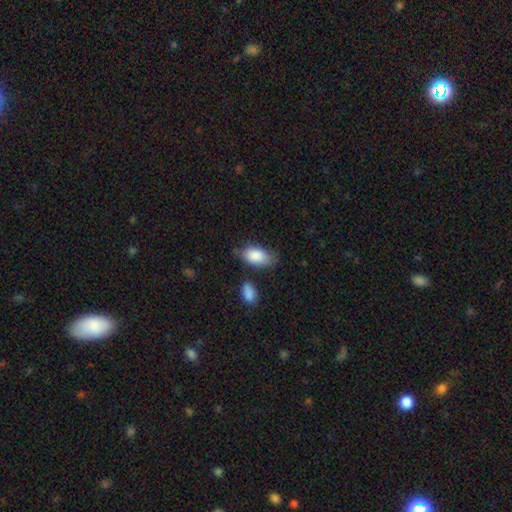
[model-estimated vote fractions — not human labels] Morphology: type=smooth (87%); roundness=in between (93%); merging=none (59%).